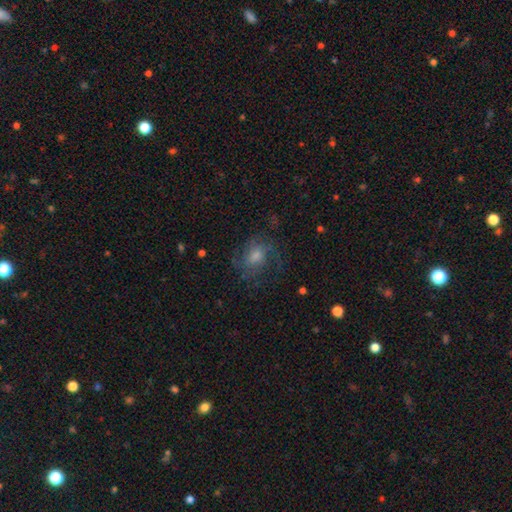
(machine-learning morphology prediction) A featured or disk galaxy (54%) with no bar (64%), spiral arms (83%) and a moderate central bulge (49%). Merging: none (65%).